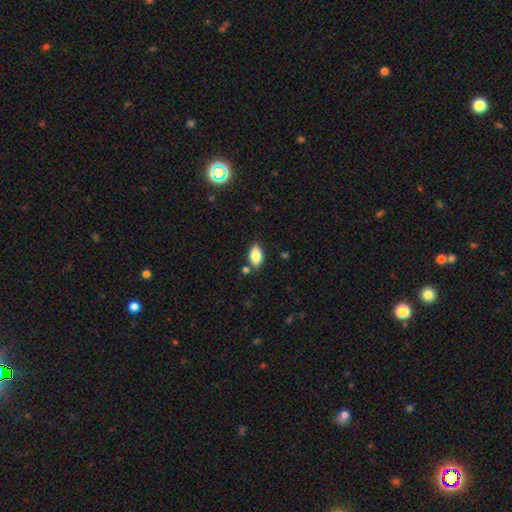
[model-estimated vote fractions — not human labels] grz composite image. It shows a smooth galaxy with no disk features (83%) that is in between round and cigar-shaped (91%). Merging: none (80%).